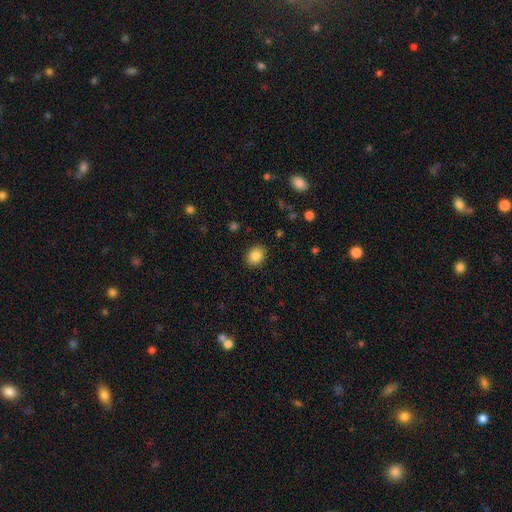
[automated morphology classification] Q: Smooth or featured?
A: smooth (86%); runner-up: star or artifact (9%)
Q: How rounded?
A: round (54%); runner-up: in between (45%)
Q: Merging?
A: none (89%); runner-up: minor disturbance (8%)